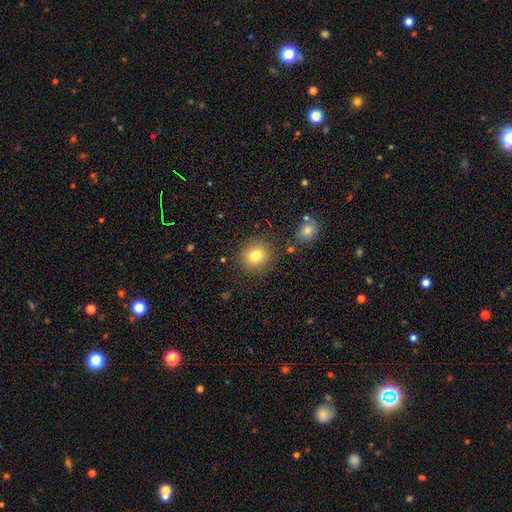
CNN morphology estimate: smooth 79%, star or artifact 12%, featured or disk 9%. Down the decision tree: how rounded — round (84%); merging — none (84%).